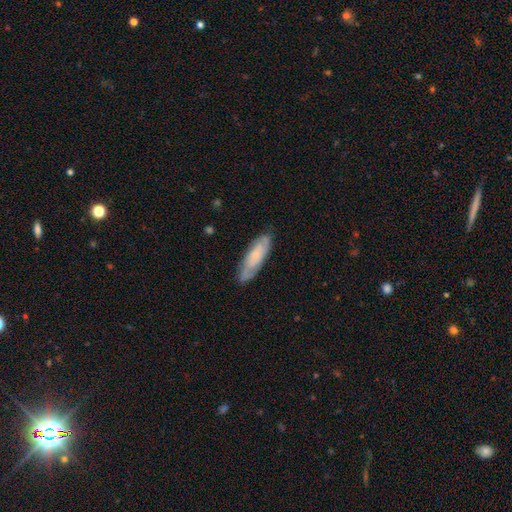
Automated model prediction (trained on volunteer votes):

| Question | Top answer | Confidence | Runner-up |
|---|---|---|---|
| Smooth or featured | featured or disk | 51% | smooth (42%) |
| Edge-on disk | no | 77% | yes (23%) |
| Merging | none | 81% | minor disturbance (15%) |